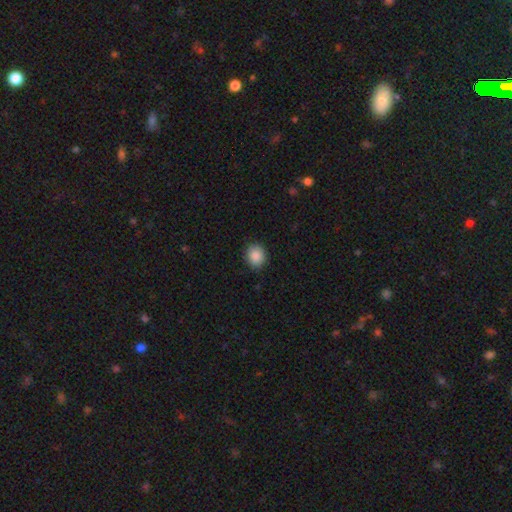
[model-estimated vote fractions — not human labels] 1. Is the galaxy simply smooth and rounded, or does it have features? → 88% smooth, 8% star or artifact, 3% featured or disk.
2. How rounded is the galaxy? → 73% round, 26% in between, 1% cigar-shaped.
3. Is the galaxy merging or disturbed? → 87% none, 10% minor disturbance, 2% major disturbance, 1% merger.